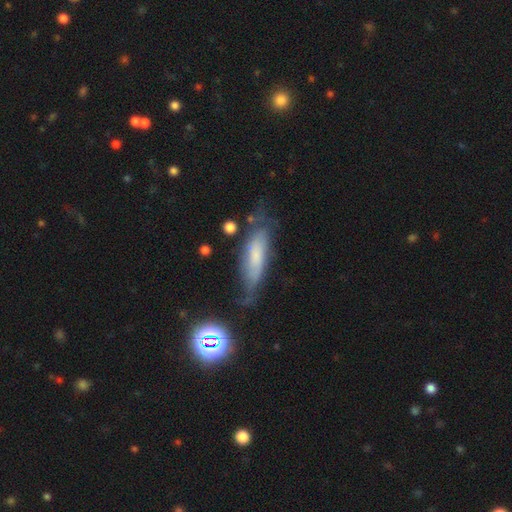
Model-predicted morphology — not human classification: Q: Smooth or featured?
A: smooth (52%); runner-up: featured or disk (37%)
Q: How rounded?
A: cigar-shaped (54%); runner-up: in between (43%)
Q: Merging?
A: none (50%); runner-up: minor disturbance (31%)